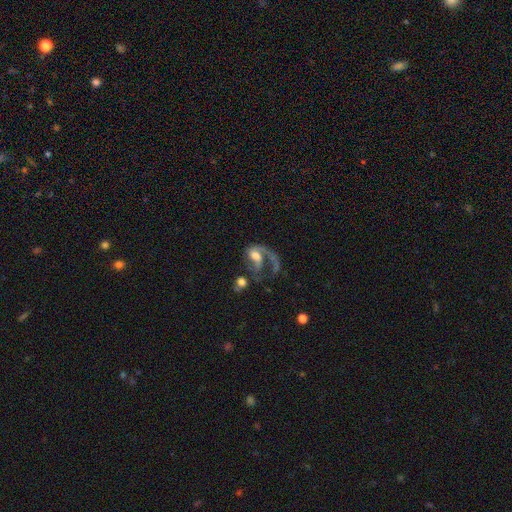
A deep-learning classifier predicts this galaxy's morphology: Smooth or featured: featured or disk — 76% (smooth — 16%)
Edge-on disk: no — 97% (yes — 3%)
Bar: no — 45% (weak — 39%)
Spiral arms: yes — 88% (no — 12%)
Spiral winding: loose — 51% (medium — 36%)
Spiral arm count: 1 — 70% (2 — 22%)
Bulge size: moderate — 47% (large — 22%)
Merging: major disturbance — 43% (none — 26%)